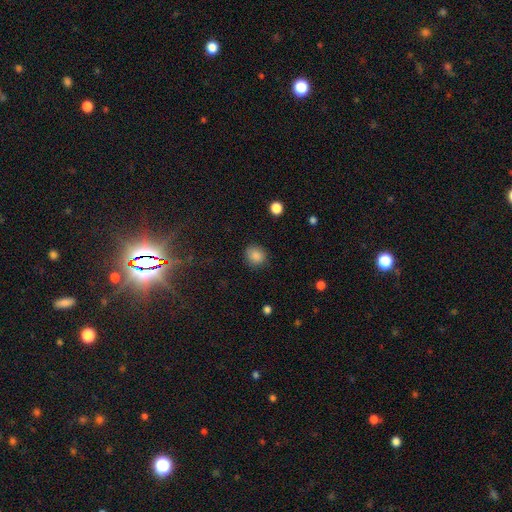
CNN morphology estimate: smooth 86%, star or artifact 10%, featured or disk 4%. Down the decision tree: how rounded — round (80%); merging — none (86%).